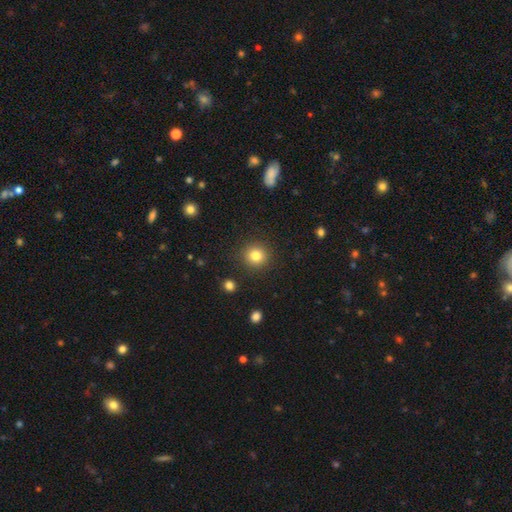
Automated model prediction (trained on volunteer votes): This is clearly a smooth galaxy (82%). How rounded: clearly round (92%). Merging: clearly none (90%).